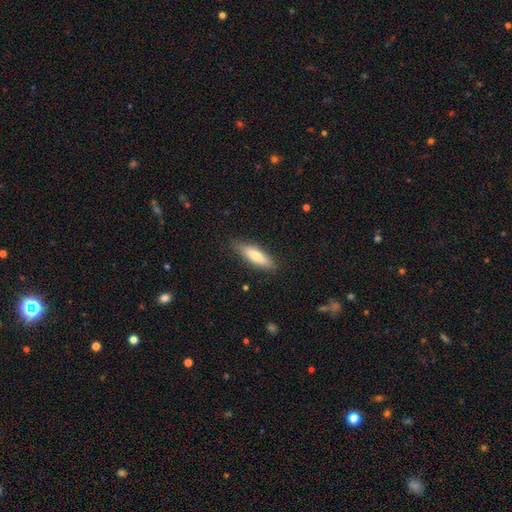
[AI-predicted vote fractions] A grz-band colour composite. It shows a smooth galaxy with no disk features (74%) that is cigar-shaped (62%). Merging: none (85%).